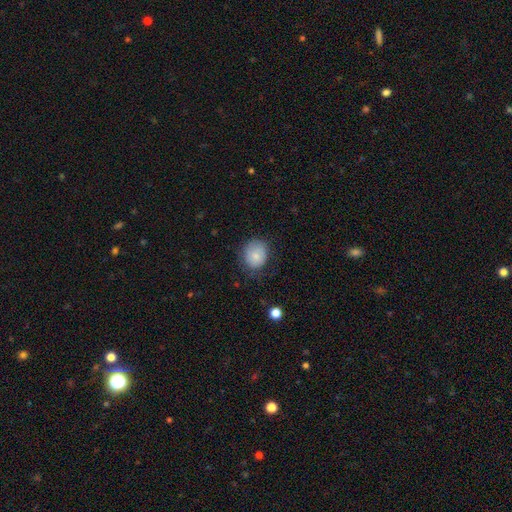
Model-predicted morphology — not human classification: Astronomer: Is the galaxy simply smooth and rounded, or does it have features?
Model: smooth — 80%.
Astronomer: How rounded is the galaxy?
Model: round — 64%.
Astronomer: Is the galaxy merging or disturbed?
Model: none — 65%.